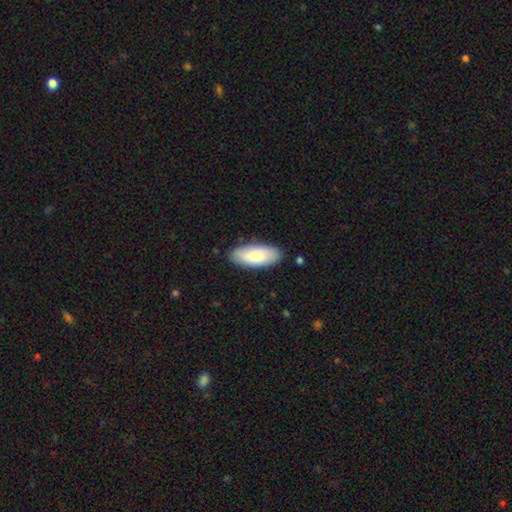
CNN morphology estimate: Smooth or featured? smooth (81%)
How rounded? in between (85%)
Merging? none (86%)